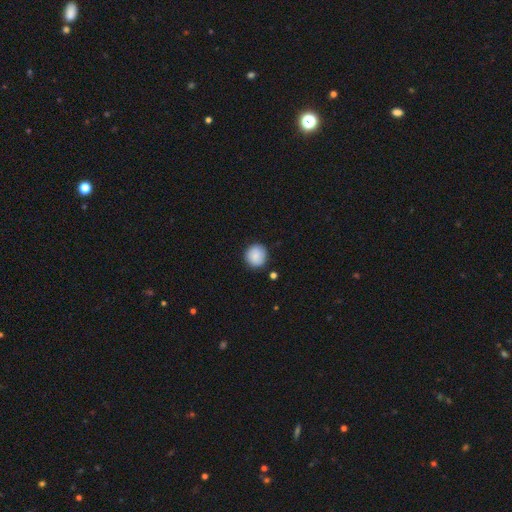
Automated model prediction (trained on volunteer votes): Smooth or featured: smooth — 85% (featured or disk — 8%)
How rounded: round — 90% (in between — 9%)
Merging: none — 85% (minor disturbance — 11%)